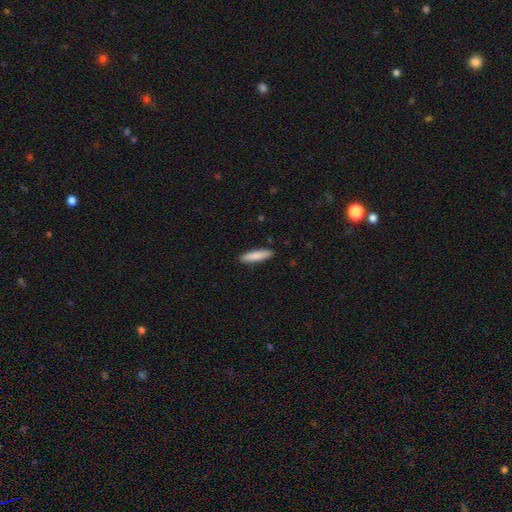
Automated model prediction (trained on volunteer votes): Overall: smooth (86%). How rounded: cigar-shaped (77%). Merging: none (90%).